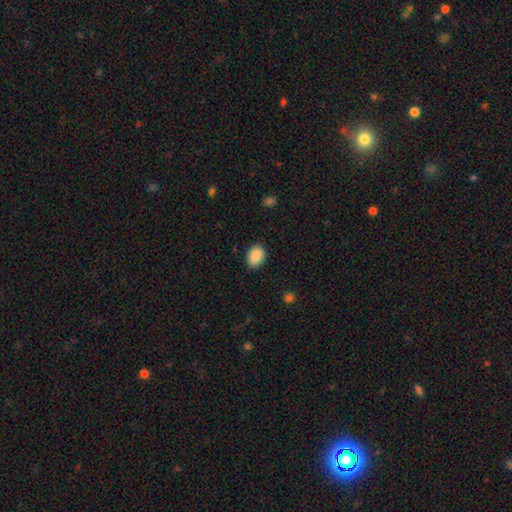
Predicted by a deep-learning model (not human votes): smooth_or_featured: smooth (p=0.89) [alt: star or artifact p=0.07]
how_rounded: in between (p=0.68) [alt: round p=0.31]
merging: none (p=0.87) [alt: minor disturbance p=0.10]